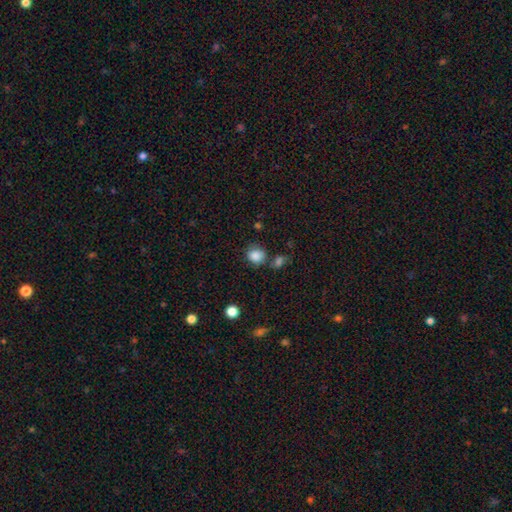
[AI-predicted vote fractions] smooth_or_featured: smooth (p=0.85) [alt: star or artifact p=0.10]
how_rounded: round (p=0.77) [alt: in between p=0.22]
merging: none (p=0.64) [alt: minor disturbance p=0.17]